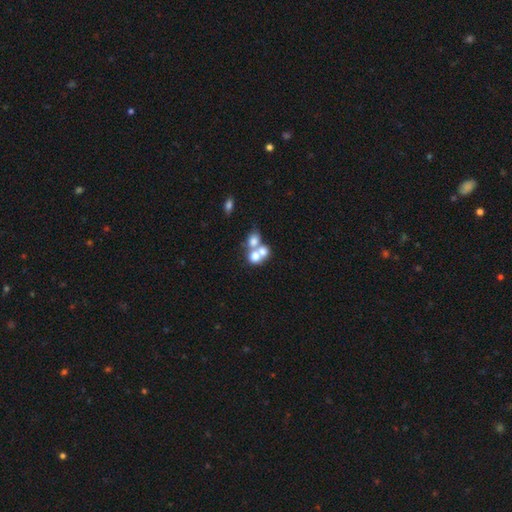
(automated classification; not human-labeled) smooth-or-featured: smooth: 64% | featured or disk: 24% | star or artifact: 12%
  how-rounded: round: 66% | in between: 33% | cigar-shaped: 1%
  merging: merger: 67% | none: 23% | minor disturbance: 5% | major disturbance: 4%